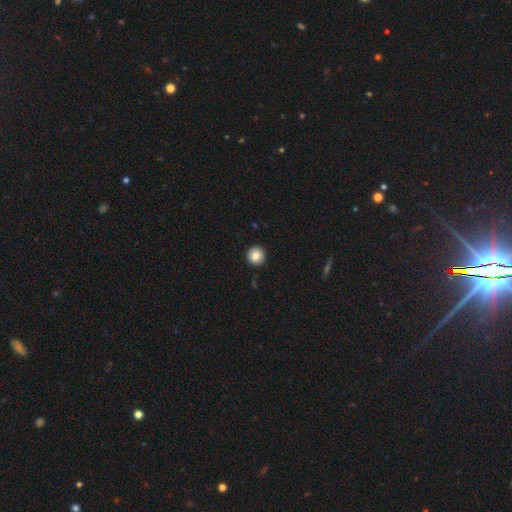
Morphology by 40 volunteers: This appears to be a smooth galaxy with no disk features (80%) that is round (88%). Merging: none (94%).